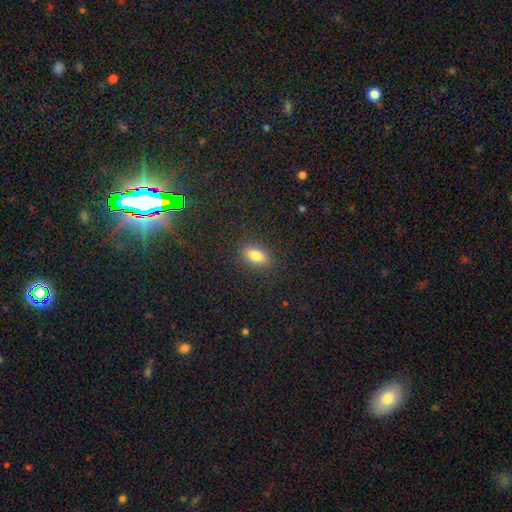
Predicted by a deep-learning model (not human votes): This is clearly a smooth galaxy (81%). How rounded: clearly in between (85%). Merging: clearly none (87%).